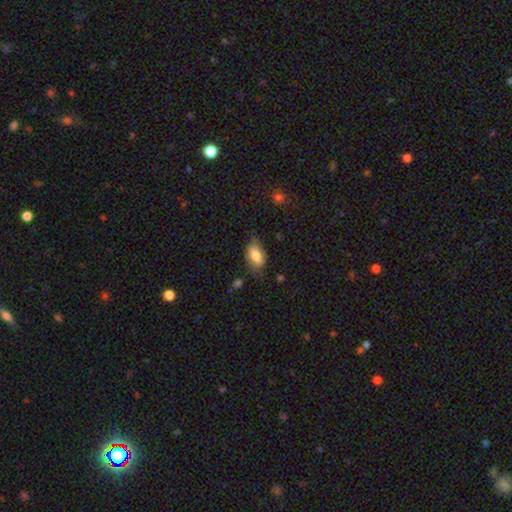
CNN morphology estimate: A smooth galaxy with no disk features (71%) that is in between round and cigar-shaped (88%). Merging: none (61%).